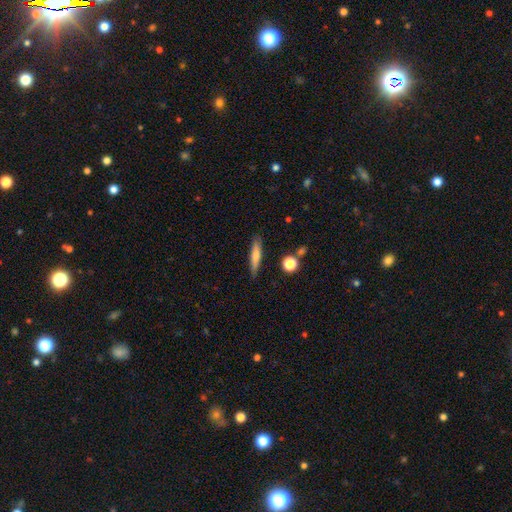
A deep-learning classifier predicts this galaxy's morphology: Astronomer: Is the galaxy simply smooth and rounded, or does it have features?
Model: smooth — 68%.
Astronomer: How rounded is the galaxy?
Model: cigar-shaped — 86%.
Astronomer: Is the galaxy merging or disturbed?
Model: none — 83%.